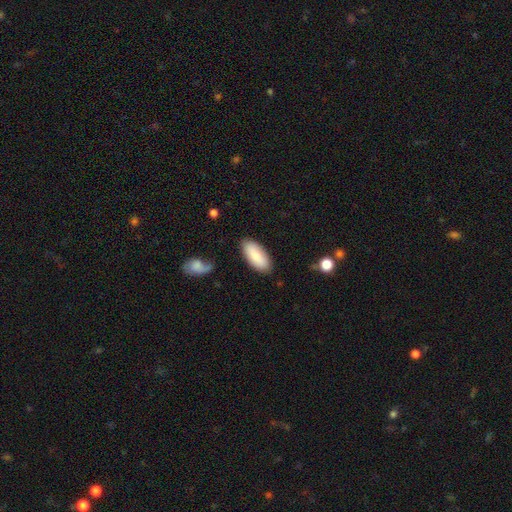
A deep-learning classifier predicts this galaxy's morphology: This is clearly a smooth galaxy (81%). How rounded: clearly in between (89%). Merging: clearly none (83%).